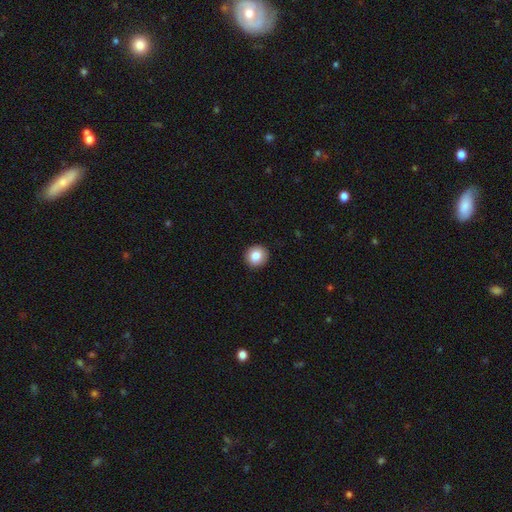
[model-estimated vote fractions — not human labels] smooth_or_featured: smooth (p=0.84) [alt: star or artifact p=0.09]
how_rounded: round (p=0.92) [alt: in between p=0.07]
merging: none (p=0.92) [alt: minor disturbance p=0.05]